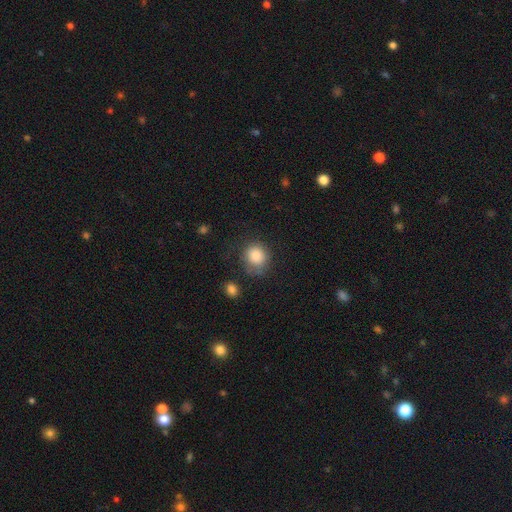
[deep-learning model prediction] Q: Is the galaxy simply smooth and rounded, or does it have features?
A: smooth — 85%.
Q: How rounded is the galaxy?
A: round — 82%.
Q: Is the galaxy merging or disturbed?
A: none — 67%.